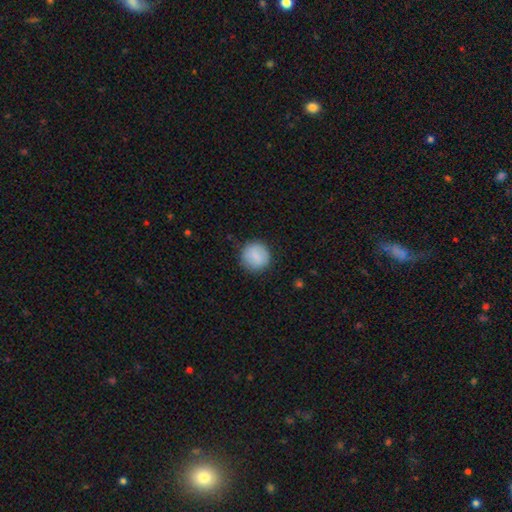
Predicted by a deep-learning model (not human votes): Q: Smooth or featured?
A: smooth (84%); runner-up: featured or disk (9%)
Q: How rounded?
A: round (92%); runner-up: in between (7%)
Q: Merging?
A: none (86%); runner-up: minor disturbance (10%)